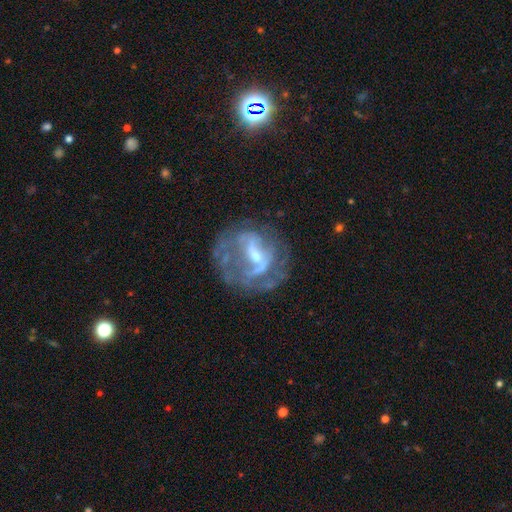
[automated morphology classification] type=featured or disk (76%); edge-on=no (95%); bar=weak (42%); spiral arms=yes (63%); bulge=small (49%); merging=none (56%).